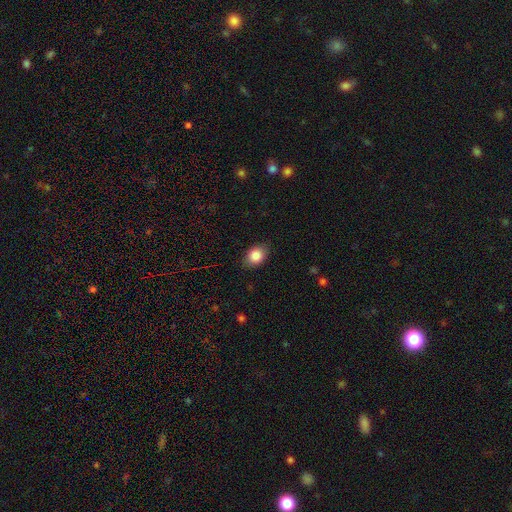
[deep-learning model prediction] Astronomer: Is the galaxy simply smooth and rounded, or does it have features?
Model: smooth — 86%.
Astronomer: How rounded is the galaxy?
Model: in between — 63%.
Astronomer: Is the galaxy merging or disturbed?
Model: none — 82%.